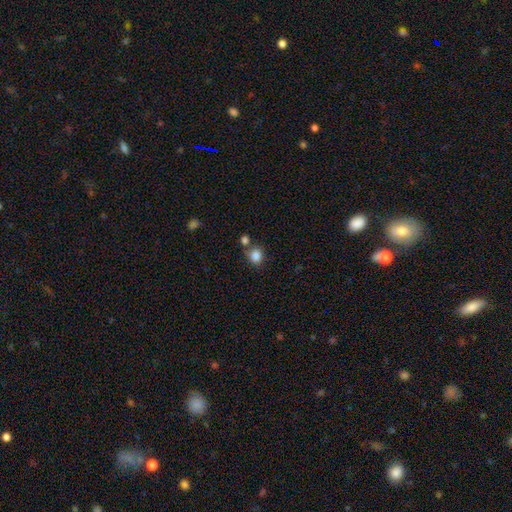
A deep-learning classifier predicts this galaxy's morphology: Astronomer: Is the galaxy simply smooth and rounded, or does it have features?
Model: smooth — 84%.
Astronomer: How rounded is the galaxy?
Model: round — 77%.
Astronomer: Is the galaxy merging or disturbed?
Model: none — 65%.